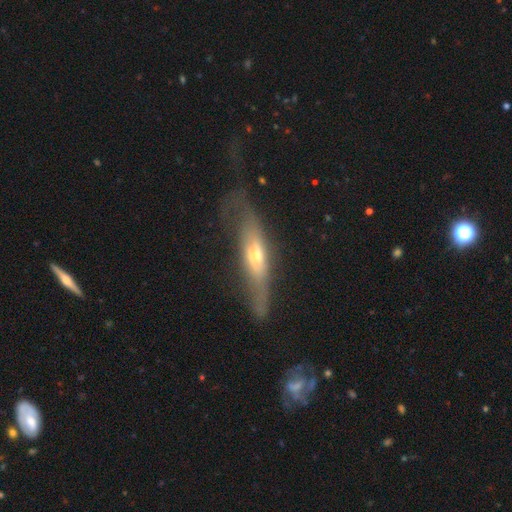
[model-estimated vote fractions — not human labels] The model was most divided on "smooth or featured": featured or disk: 63%, smooth: 31%, star or artifact: 7%. More confident: edge-on disk — yes (72%); merging — none (59%).